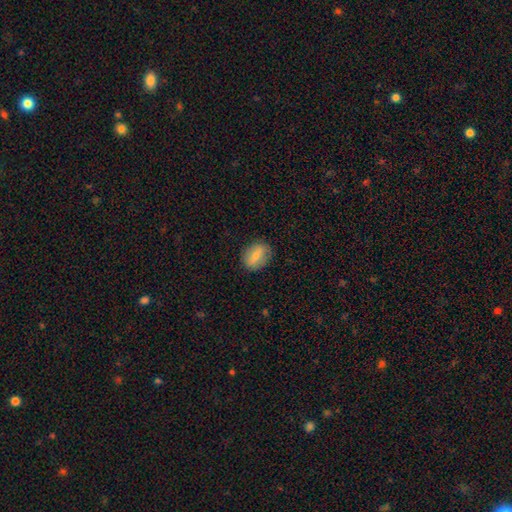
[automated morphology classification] Smooth or featured: smooth — 72% (featured or disk — 20%)
How rounded: in between — 70% (round — 28%)
Merging: none — 83% (minor disturbance — 12%)